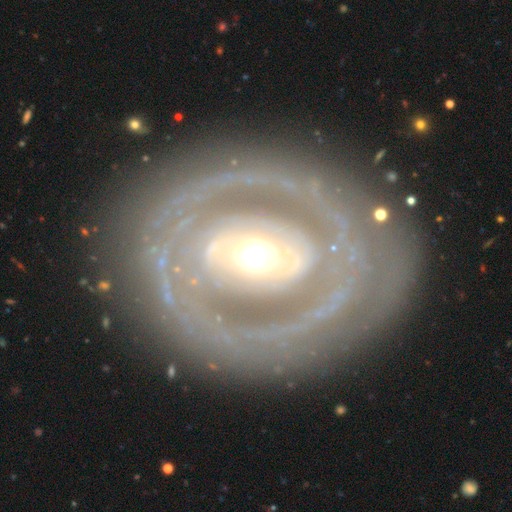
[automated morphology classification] Smooth or featured? featured or disk (82%)
Edge-on disk? no (95%)
Bar? no (52%)
Spiral arms? yes (62%)
Bulge size? moderate (64%)
Merging? none (78%)